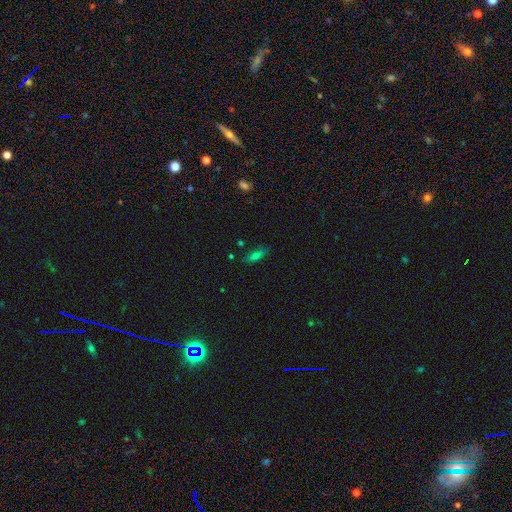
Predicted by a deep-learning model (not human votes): This appears to be a smooth galaxy with no disk features (63%) that is in between round and cigar-shaped (55%). Merging: none (79%).